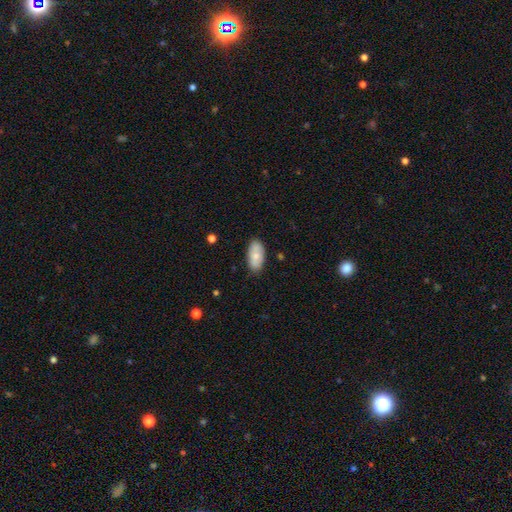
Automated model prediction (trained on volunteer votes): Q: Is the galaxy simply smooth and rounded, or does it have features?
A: smooth — 77%.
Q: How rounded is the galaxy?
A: in between — 93%.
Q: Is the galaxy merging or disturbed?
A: none — 83%.